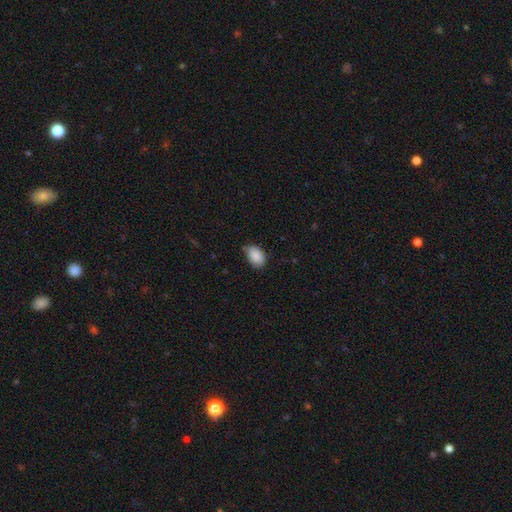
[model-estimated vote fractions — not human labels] smooth 89%, star or artifact 7%, featured or disk 4%. Down the decision tree: how rounded — in between (86%); merging — none (61%).